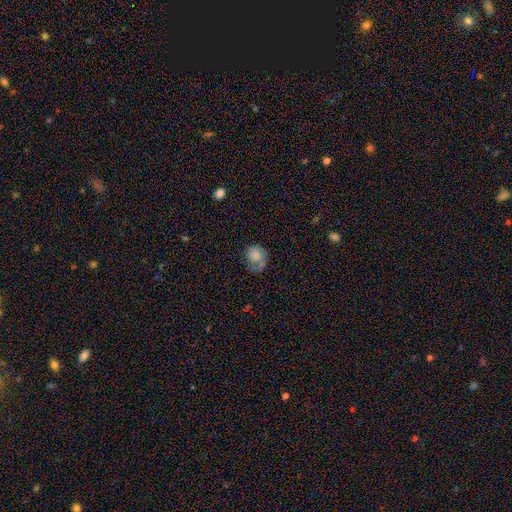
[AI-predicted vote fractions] Smooth or featured?
  - smooth: 65% *
  - featured or disk: 26%
  - star or artifact: 9%
How rounded?
  - round: 69% *
  - in between: 30%
  - cigar-shaped: 1%
Merging?
  - none: 43% *
  - minor disturbance: 27%
  - major disturbance: 22%
  - merger: 7%